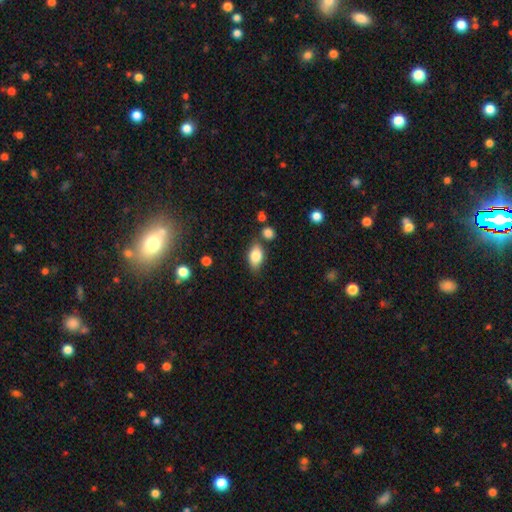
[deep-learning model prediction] A smooth galaxy with no disk features (80%) that is in between round and cigar-shaped (87%). Merging: none (70%).